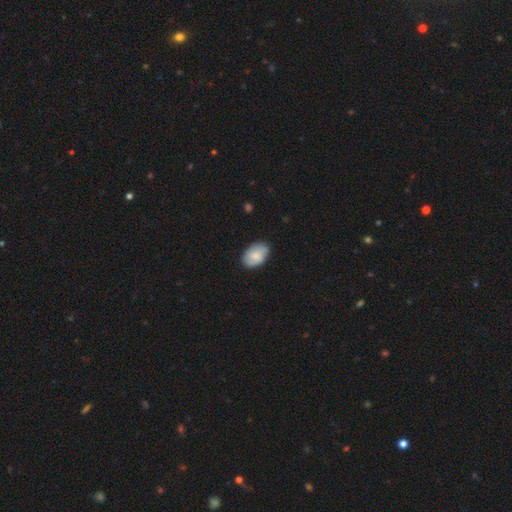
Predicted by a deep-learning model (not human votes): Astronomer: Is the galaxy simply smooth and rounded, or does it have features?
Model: smooth — 78%.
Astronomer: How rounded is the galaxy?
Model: in between — 88%.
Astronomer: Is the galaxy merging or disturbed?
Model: none — 77%.